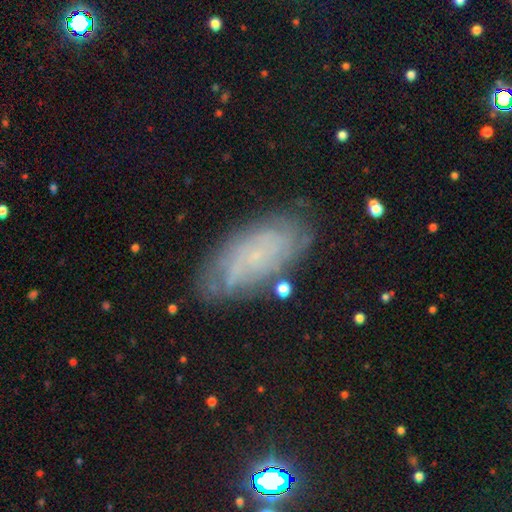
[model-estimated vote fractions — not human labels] Smooth or featured? featured or disk (62%)
Edge-on disk? no (91%)
Bar? no (78%)
Spiral arms? yes (82%)
Bulge size? small (77%)
Merging? none (76%)